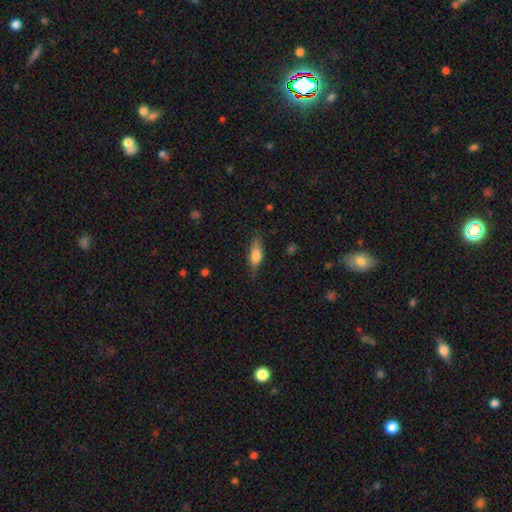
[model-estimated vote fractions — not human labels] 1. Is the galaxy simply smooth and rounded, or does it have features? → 76% smooth, 17% featured or disk, 7% star or artifact.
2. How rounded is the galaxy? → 64% in between, 33% cigar-shaped, 3% round.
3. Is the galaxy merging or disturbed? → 72% none, 21% minor disturbance, 6% major disturbance, 1% merger.